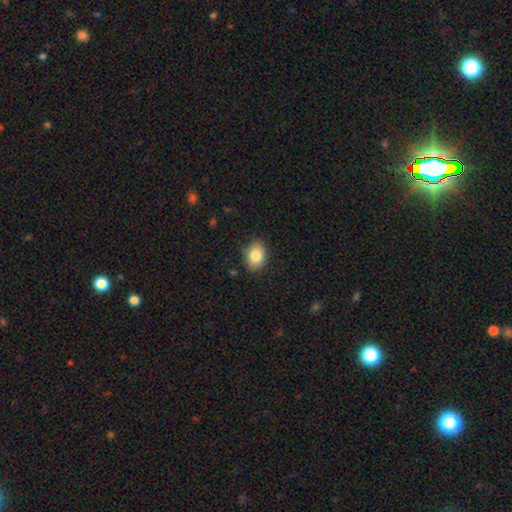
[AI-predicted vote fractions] This appears to be a smooth galaxy with no disk features (83%) that is in between round and cigar-shaped (68%). Merging: none (83%).